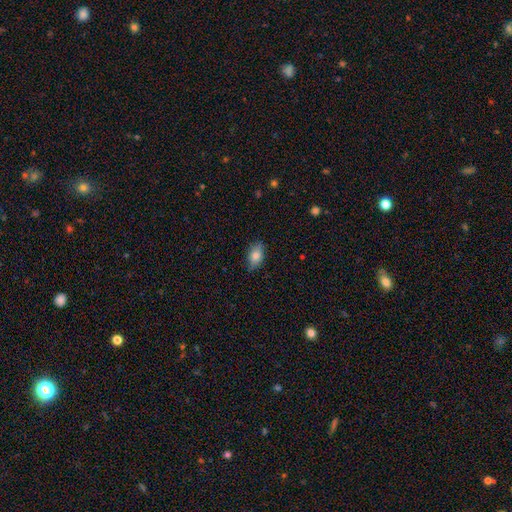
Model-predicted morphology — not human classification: smooth_or_featured: smooth (p=0.81) [alt: featured or disk p=0.11]
how_rounded: in between (p=0.88) [alt: round p=0.09]
merging: none (p=0.79) [alt: minor disturbance p=0.17]